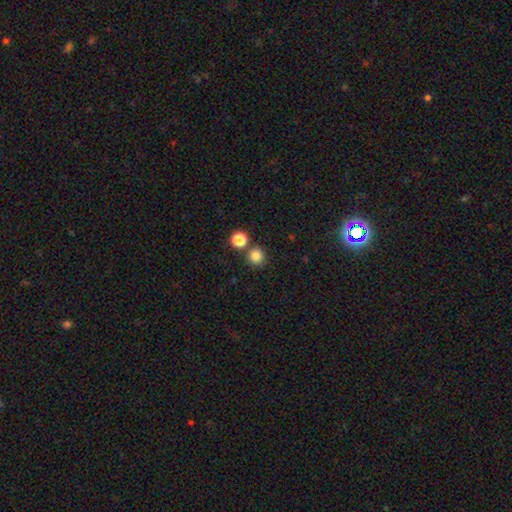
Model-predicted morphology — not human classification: Overall: smooth (82%). How rounded: round (94%). Merging: none (79%).